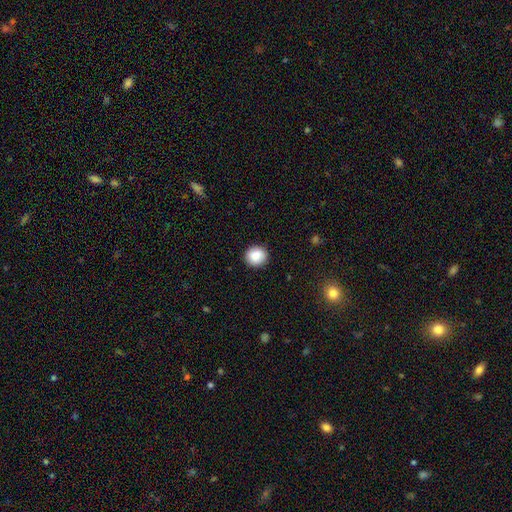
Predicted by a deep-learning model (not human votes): This appears to be a smooth galaxy with no disk features (86%) that is round (86%). Merging: none (90%).